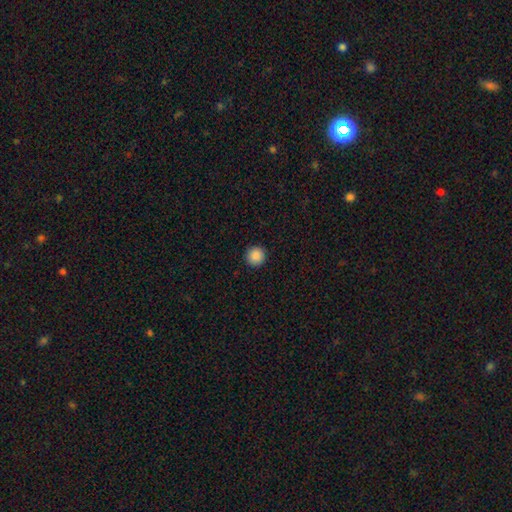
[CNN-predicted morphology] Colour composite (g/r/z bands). It shows a smooth galaxy with no disk features (88%) that is round (96%). Merging: none (93%).